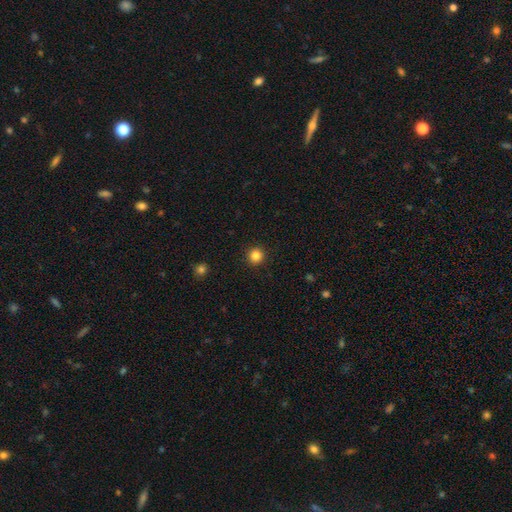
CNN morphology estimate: A smooth galaxy with no disk features (84%) that is round (95%). Merging: none (93%).